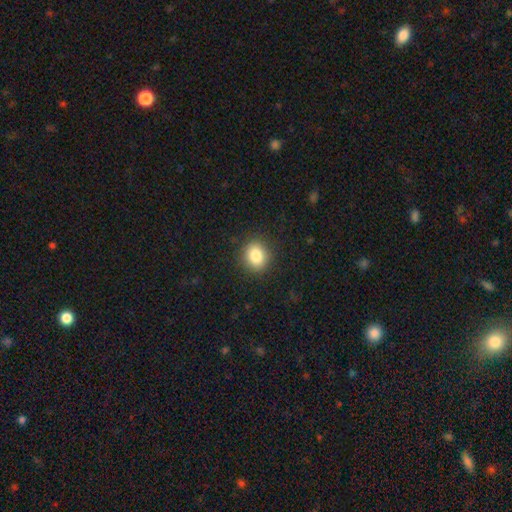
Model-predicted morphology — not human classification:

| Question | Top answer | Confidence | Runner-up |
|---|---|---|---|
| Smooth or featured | smooth | 84% | star or artifact (10%) |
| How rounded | round | 74% | in between (25%) |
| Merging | none | 89% | minor disturbance (7%) |